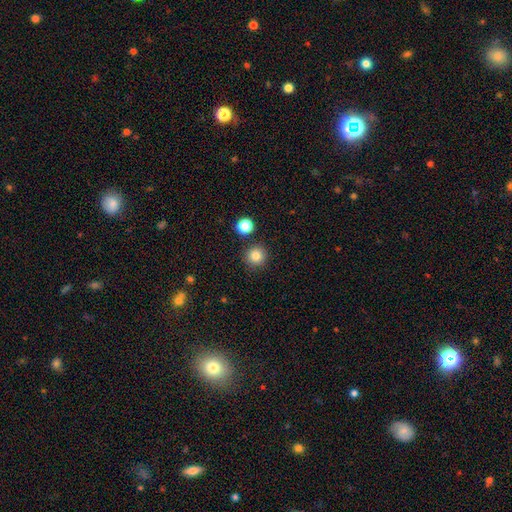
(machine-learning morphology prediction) The model was most divided on "smooth or featured": smooth: 84%, star or artifact: 11%, featured or disk: 5%. More confident: how rounded — round (95%); merging — none (88%).